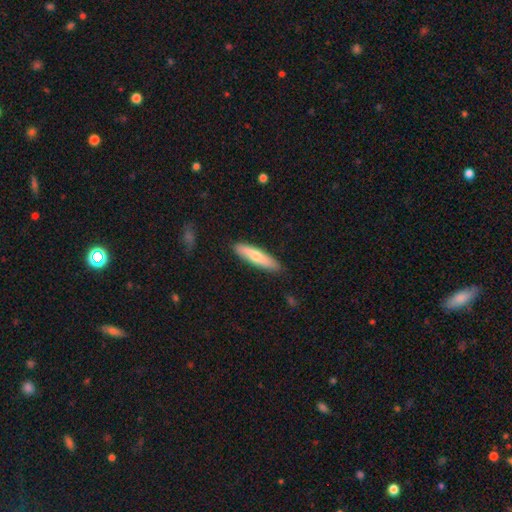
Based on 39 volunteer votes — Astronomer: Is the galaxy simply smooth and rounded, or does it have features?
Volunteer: smooth — 69%.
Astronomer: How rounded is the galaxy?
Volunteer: cigar-shaped — 78%.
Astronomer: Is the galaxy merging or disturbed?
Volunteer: none — 97%.